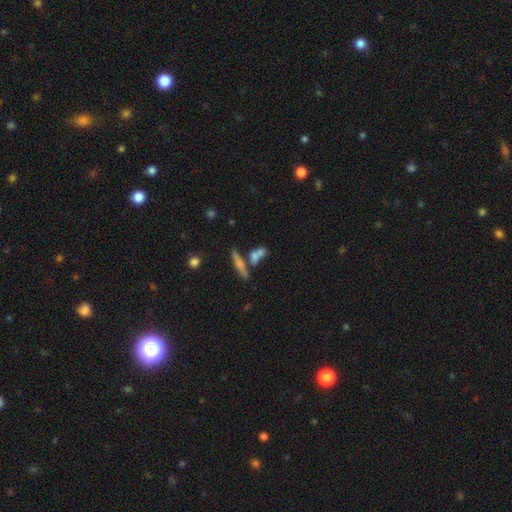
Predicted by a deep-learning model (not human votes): This appears to be a smooth galaxy with no disk features (63%) that is cigar-shaped (46%). Merging: none (48%).